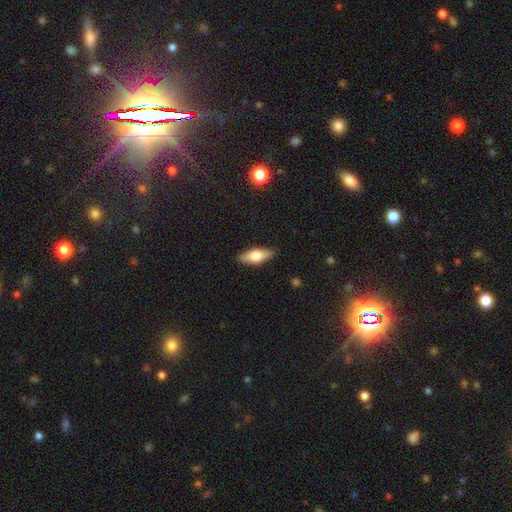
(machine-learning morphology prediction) smooth_or_featured: smooth (p=0.60) [alt: featured or disk p=0.34]
how_rounded: in between (p=0.68) [alt: cigar-shaped p=0.29]
merging: none (p=0.88) [alt: minor disturbance p=0.09]